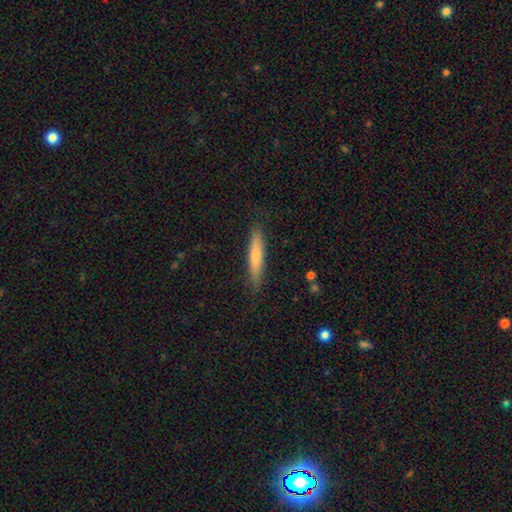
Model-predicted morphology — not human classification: type=smooth (69%); roundness=cigar-shaped (90%); merging=none (86%).